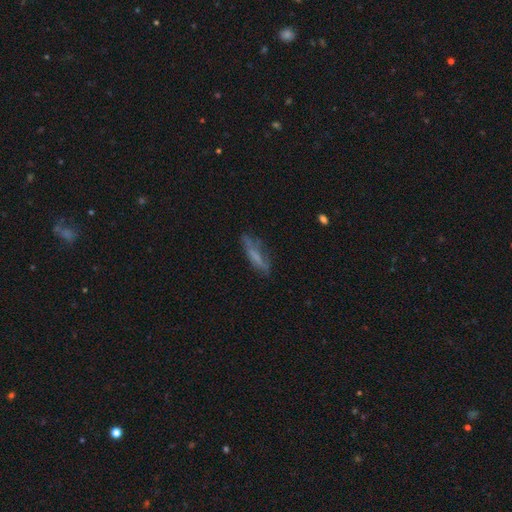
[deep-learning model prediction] Smooth or featured: smooth — 54% (featured or disk — 36%)
How rounded: cigar-shaped — 69% (in between — 29%)
Merging: none — 58% (minor disturbance — 26%)